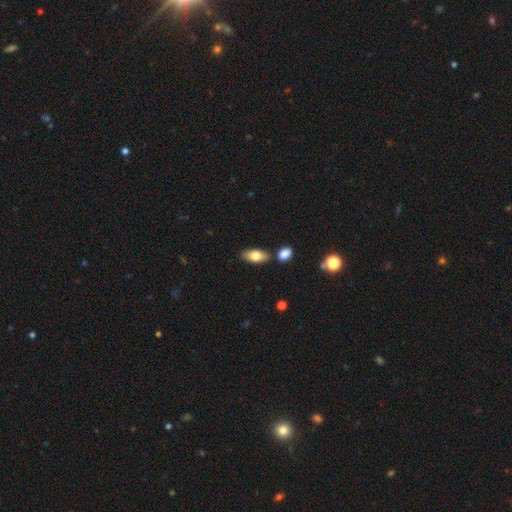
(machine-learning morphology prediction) smooth-or-featured: smooth: 74% | featured or disk: 19% | star or artifact: 7%
  how-rounded: in between: 86% | cigar-shaped: 11% | round: 3%
  merging: none: 77% | minor disturbance: 11% | merger: 10% | major disturbance: 2%